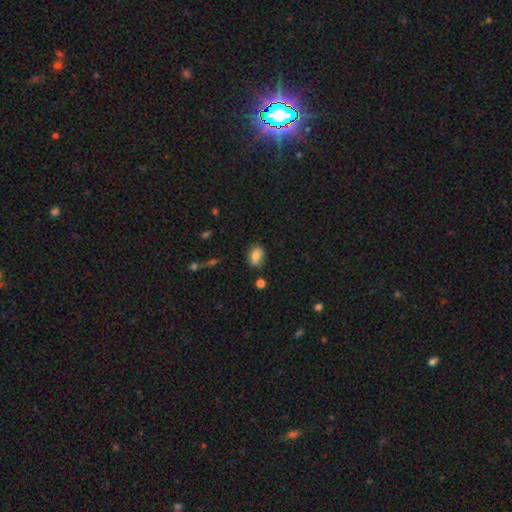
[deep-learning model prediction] Smooth or featured: smooth — 81% (featured or disk — 10%)
How rounded: in between — 83% (round — 14%)
Merging: none — 81% (minor disturbance — 13%)